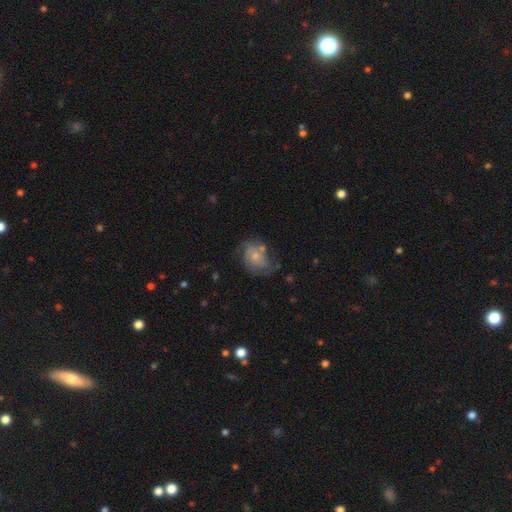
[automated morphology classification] Smooth or featured: featured or disk — 66% (smooth — 26%)
Edge-on disk: no — 98% (yes — 2%)
Bar: no — 74% (weak — 23%)
Spiral arms: yes — 84% (no — 16%)
Spiral winding: medium — 44% (tight — 33%)
Spiral arm count: 2 — 51% (can't tell — 24%)
Bulge size: small — 53% (moderate — 36%)
Merging: none — 48% (minor disturbance — 24%)